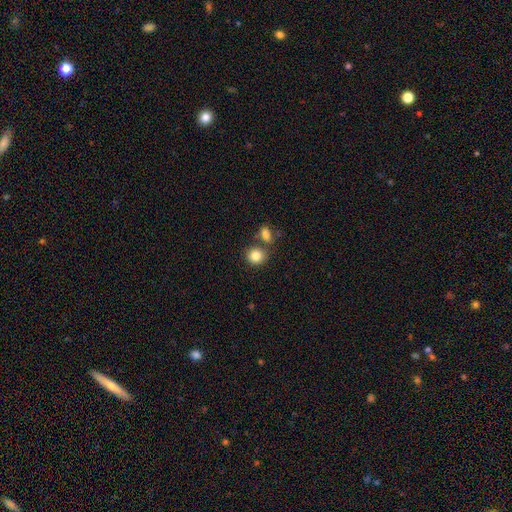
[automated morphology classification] A smooth galaxy with no disk features (84%) that is round (78%).

Vote fractions:
- Smooth or featured? smooth: 84% / star or artifact: 9% / featured or disk: 7%
- How rounded? round: 78% / in between: 21% / cigar-shaped: 1%
- Merging? none: 66% / merger: 20% / minor disturbance: 10% / major disturbance: 3%